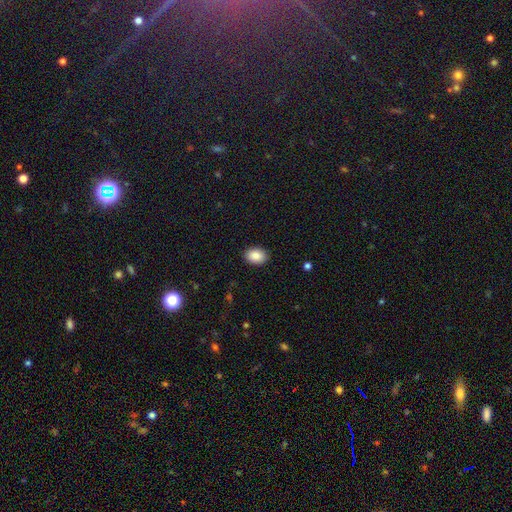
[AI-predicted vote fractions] Overall: smooth (89%). How rounded: in between (80%). Merging: none (90%).